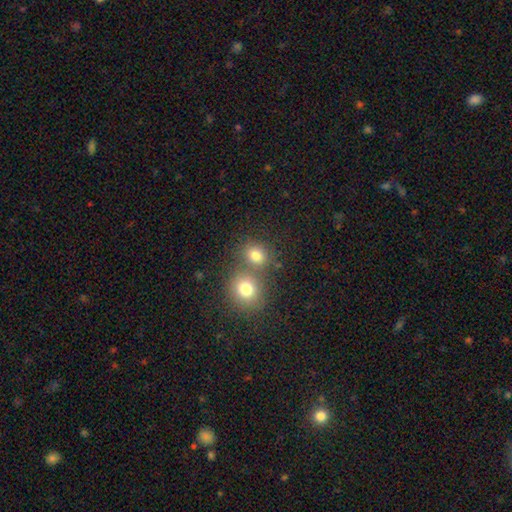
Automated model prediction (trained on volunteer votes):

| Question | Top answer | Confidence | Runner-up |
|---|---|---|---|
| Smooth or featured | smooth | 78% | star or artifact (14%) |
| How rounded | round | 72% | in between (27%) |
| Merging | none | 51% | merger (37%) |